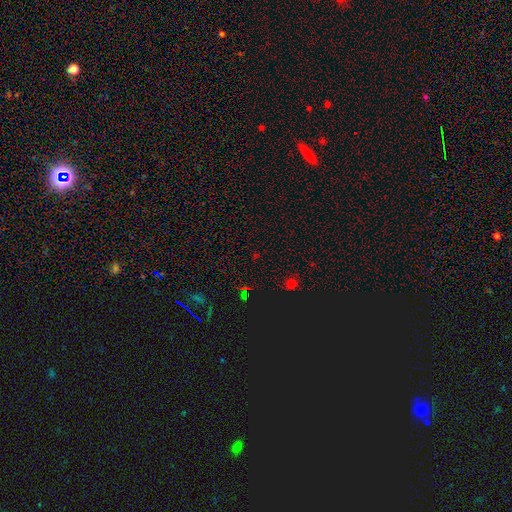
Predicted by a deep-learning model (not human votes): Smooth or featured? Predicted: star or artifact (p=0.67).